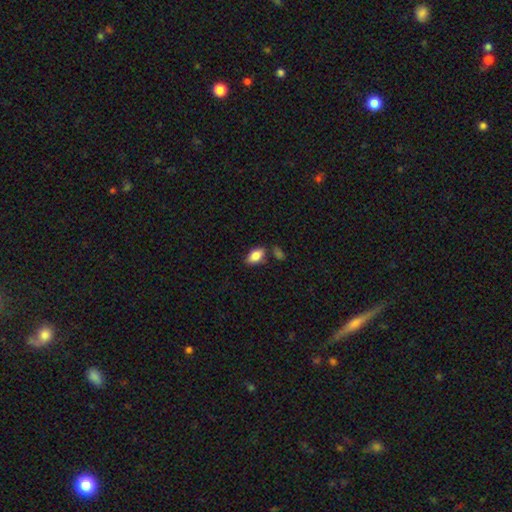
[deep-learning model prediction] This is clearly a smooth galaxy (83%). How rounded: clearly in between (91%). Merging: likely none (72%).